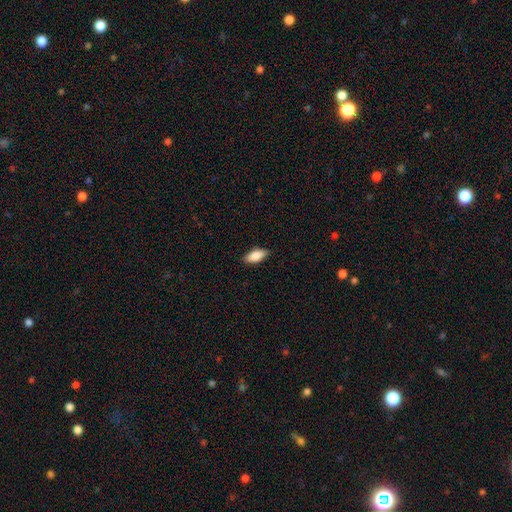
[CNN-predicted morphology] A smooth galaxy with no disk features (86%) that is in between round and cigar-shaped (87%).

Vote fractions:
- Smooth or featured? smooth: 86% / featured or disk: 8% / star or artifact: 6%
- How rounded? in between: 87% / cigar-shaped: 11% / round: 2%
- Merging? none: 86% / minor disturbance: 11% / major disturbance: 2% / merger: 1%